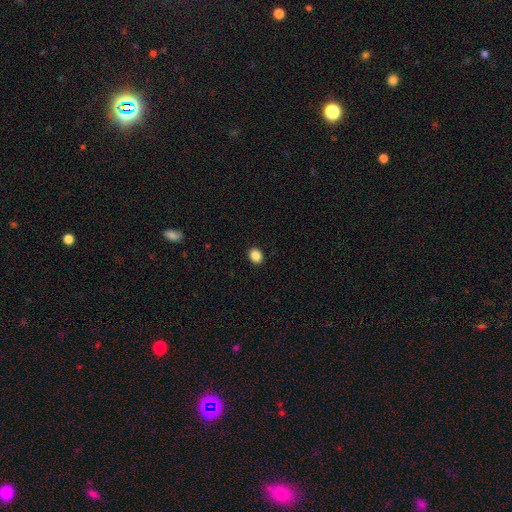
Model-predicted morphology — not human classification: Smooth or featured?
  - smooth: 88% *
  - star or artifact: 9%
  - featured or disk: 3%
How rounded?
  - round: 50% *
  - in between: 49%
  - cigar-shaped: 1%
Merging?
  - none: 92% *
  - minor disturbance: 6%
  - major disturbance: 2%
  - merger: 1%